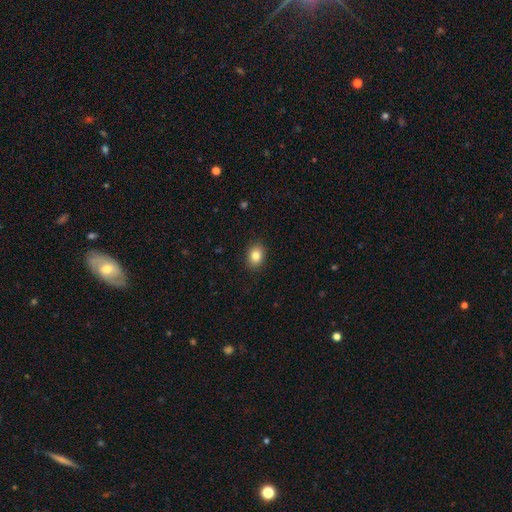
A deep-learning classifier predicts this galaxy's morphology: smooth-or-featured: smooth: 84% | star or artifact: 9% | featured or disk: 7%
  how-rounded: in between: 62% | round: 37% | cigar-shaped: 1%
  merging: none: 90% | minor disturbance: 7% | major disturbance: 2% | merger: 1%